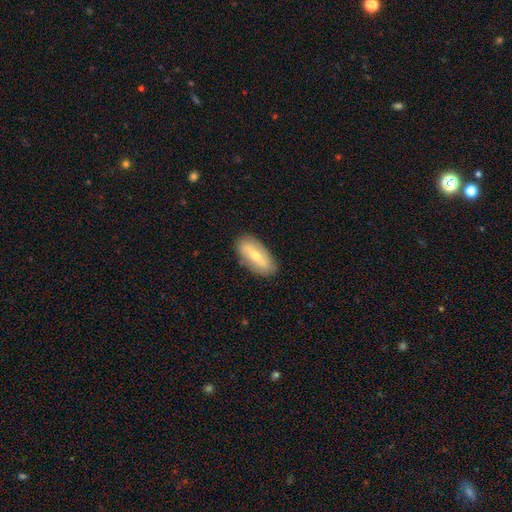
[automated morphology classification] Q: Smooth or featured?
A: smooth (48%); runner-up: featured or disk (46%)
Q: Merging?
A: none (85%); runner-up: minor disturbance (11%)